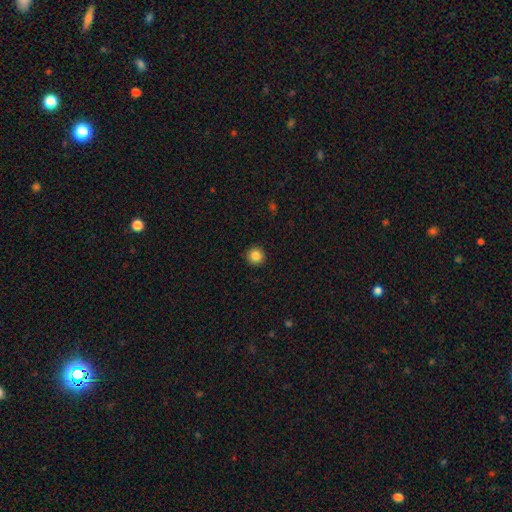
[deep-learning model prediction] Overall: smooth (85%). How rounded: round (96%). Merging: none (93%).